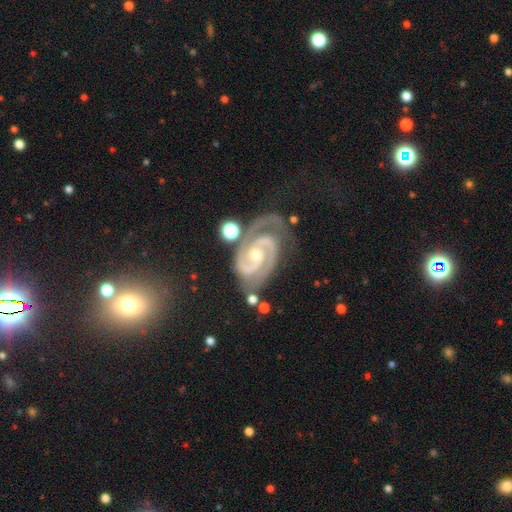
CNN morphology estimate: A featured or disk galaxy (93%) with no bar (54%), 2 (91%) tight (60%) spiral arms (99%) and a moderate central bulge (50%).

Vote fractions:
- Smooth or featured? featured or disk: 93% / star or artifact: 5% / smooth: 2%
- Edge-on disk? no: 98% / yes: 2%
- Bar? no: 54% / weak: 32% / strong: 14%
- Spiral arms? yes: 99% / no: 1%
- Spiral winding? tight: 60% / medium: 35% / loose: 4%
- Spiral arm count? 2: 91% / 3: 4% / can't tell: 2% / 1: 1% / 4: 1% / more than 4: 1%
- Bulge size? moderate: 50% / small: 46% / large: 2% / none: 1% / dominant: 1%
- Merging? none: 67% / minor disturbance: 20% / major disturbance: 7% / merger: 5%